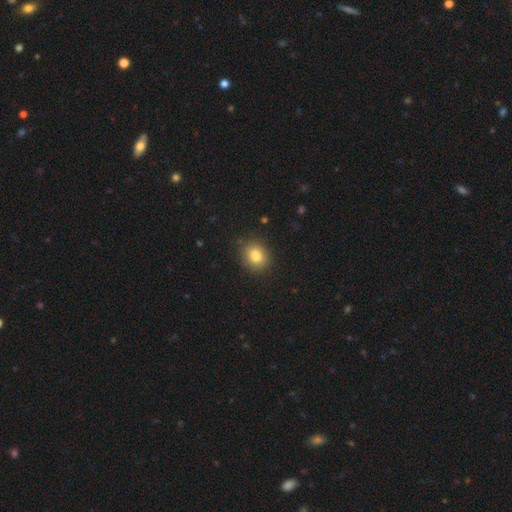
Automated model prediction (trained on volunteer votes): The model was most divided on "how rounded": round: 58%, in between: 41%, cigar-shaped: 1%. More confident: merging — none (86%); smooth or featured — smooth (84%).